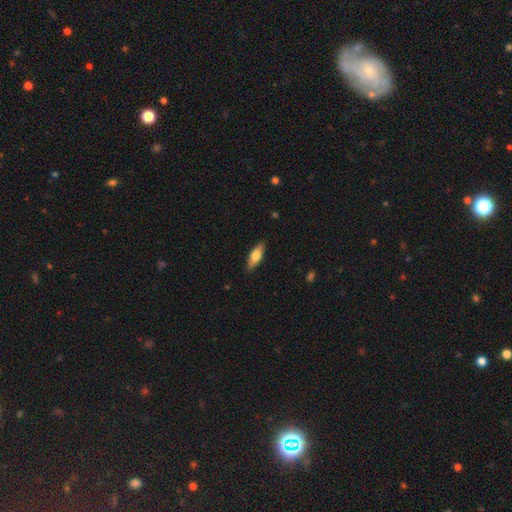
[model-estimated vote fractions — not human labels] A smooth galaxy with no disk features (65%) that is in between round and cigar-shaped (54%). Merging: none (88%).